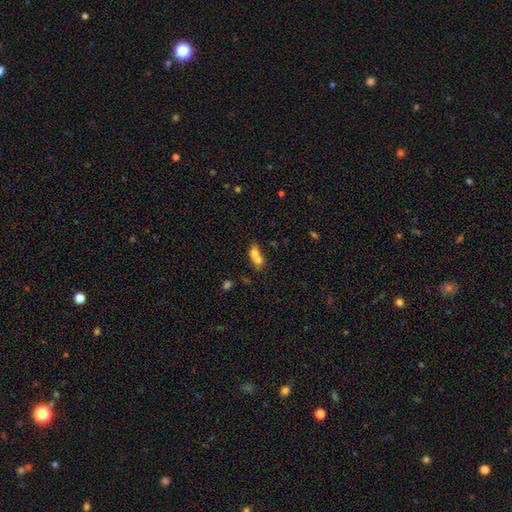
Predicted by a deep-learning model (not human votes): Smooth or featured? Predicted: smooth (p=0.68). How rounded? Predicted: in between (p=0.50). Merging? Predicted: merger (p=0.72).